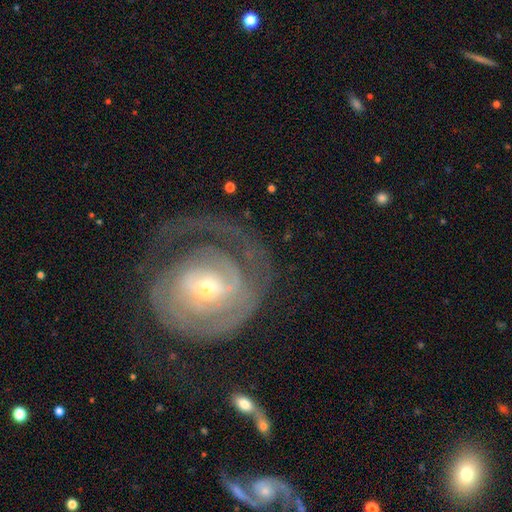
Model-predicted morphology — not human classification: smooth_or_featured: featured or disk (p=0.80) [alt: smooth p=0.13]
disk_edge_on: no (p=0.97) [alt: yes p=0.03]
bar: no (p=0.42) [alt: weak p=0.39]
has_spiral_arms: yes (p=0.84) [alt: no p=0.16]
spiral_winding: tight (p=0.66) [alt: medium p=0.24]
spiral_arm_count: can't tell (p=0.33) [alt: 2 p=0.32]
bulge_size: small (p=0.50) [alt: moderate p=0.44]
merging: none (p=0.59) [alt: major disturbance p=0.21]